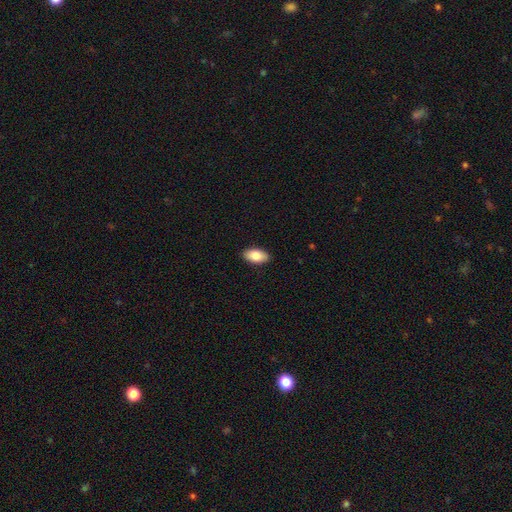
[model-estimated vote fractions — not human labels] Overall: smooth (83%). How rounded: in between (94%). Merging: none (90%).